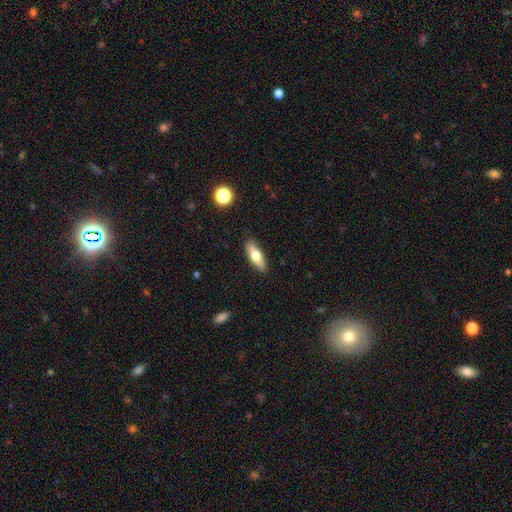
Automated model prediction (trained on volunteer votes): A smooth galaxy with no disk features (63%) that is in between round and cigar-shaped (56%). Merging: none (88%).